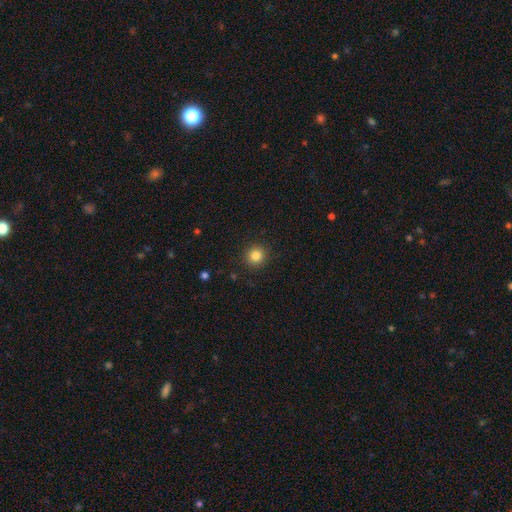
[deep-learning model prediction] This is clearly a smooth galaxy (84%). How rounded: clearly round (93%). Merging: clearly none (91%).